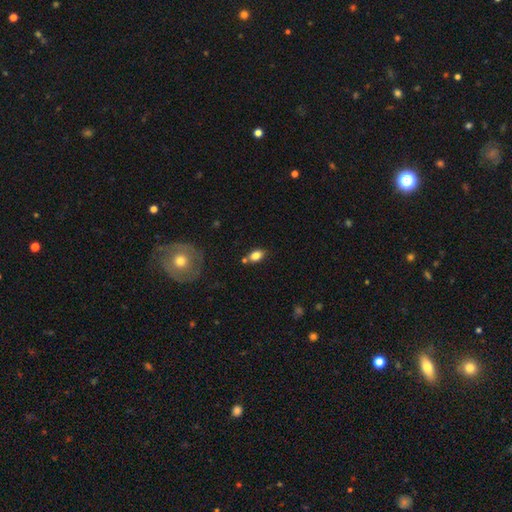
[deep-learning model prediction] Overall: smooth (78%). How rounded: in between (85%). Merging: none (70%).